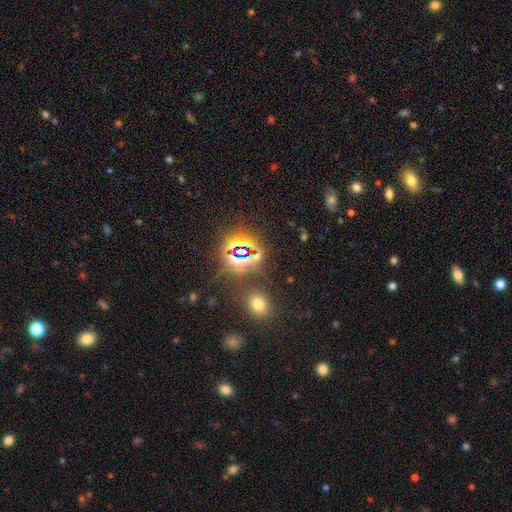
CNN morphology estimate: This appears to be a star or artifact, not a galaxy (77%).